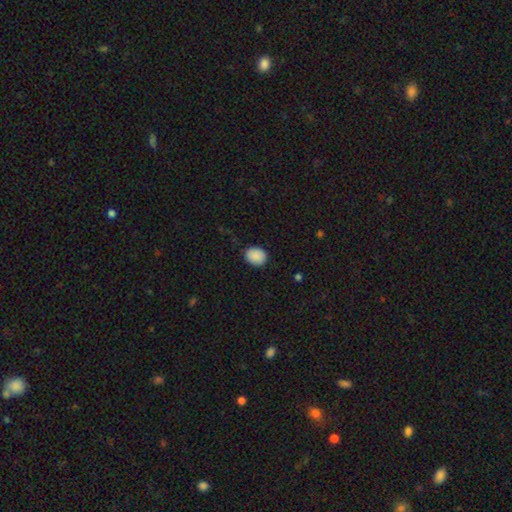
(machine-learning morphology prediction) type=smooth (89%); roundness=round (51%); merging=none (85%).